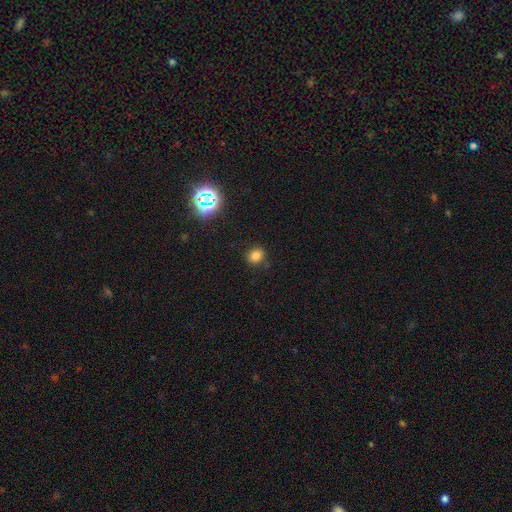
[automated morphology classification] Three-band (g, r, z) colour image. It shows a smooth galaxy with no disk features (78%) that is round (64%). Merging: none (83%).